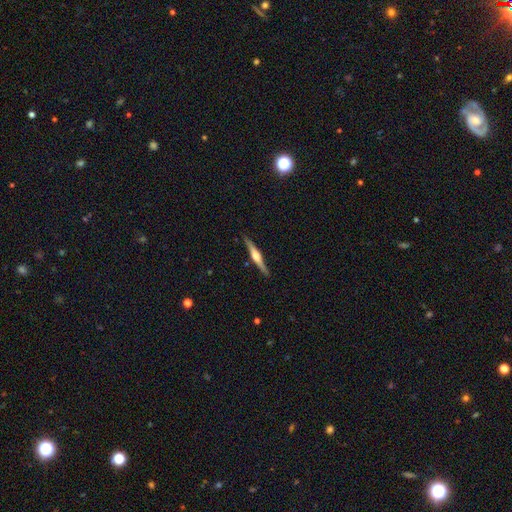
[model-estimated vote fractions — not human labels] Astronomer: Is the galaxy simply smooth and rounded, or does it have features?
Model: featured or disk — 74%.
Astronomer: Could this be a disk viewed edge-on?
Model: yes — 98%.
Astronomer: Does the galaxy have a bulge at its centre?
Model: rounded — 83%.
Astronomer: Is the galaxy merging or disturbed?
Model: none — 89%.